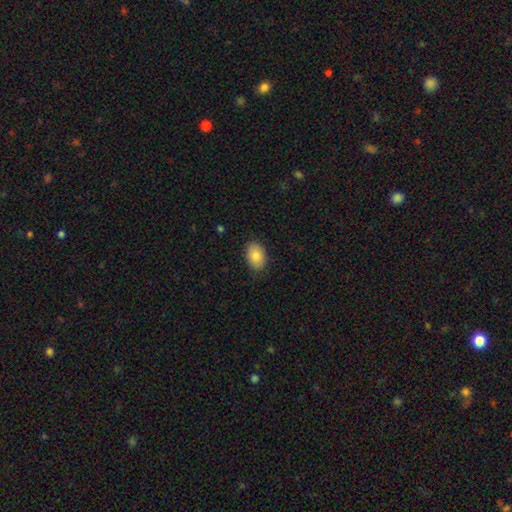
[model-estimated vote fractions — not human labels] A smooth galaxy with no disk features (83%) that is in between round and cigar-shaped (86%).

Vote fractions:
- Smooth or featured? smooth: 83% / featured or disk: 10% / star or artifact: 7%
- How rounded? in between: 86% / round: 13% / cigar-shaped: 1%
- Merging? none: 86% / minor disturbance: 11% / major disturbance: 2% / merger: 1%